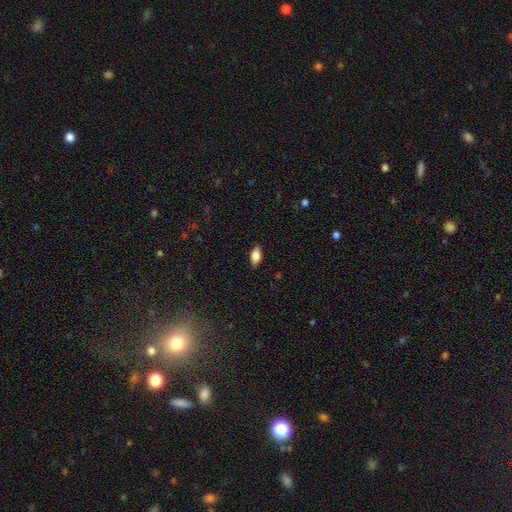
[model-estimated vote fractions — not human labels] Q: Smooth or featured?
A: smooth (72%); runner-up: featured or disk (21%)
Q: How rounded?
A: in between (85%); runner-up: cigar-shaped (11%)
Q: Merging?
A: none (88%); runner-up: minor disturbance (9%)